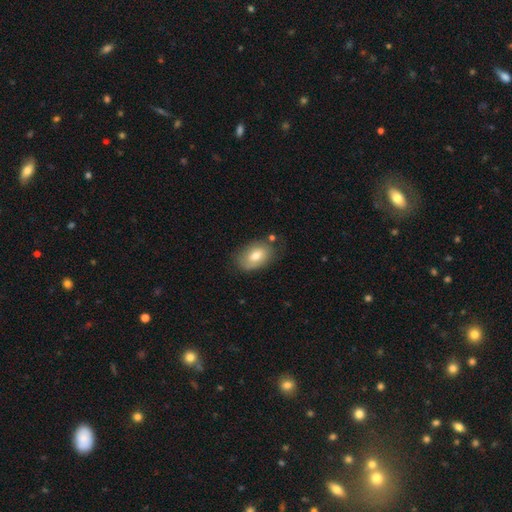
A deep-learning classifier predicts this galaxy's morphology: This appears to be a smooth galaxy with no disk features (71%) that is in between round and cigar-shaped (88%). Merging: none (68%).